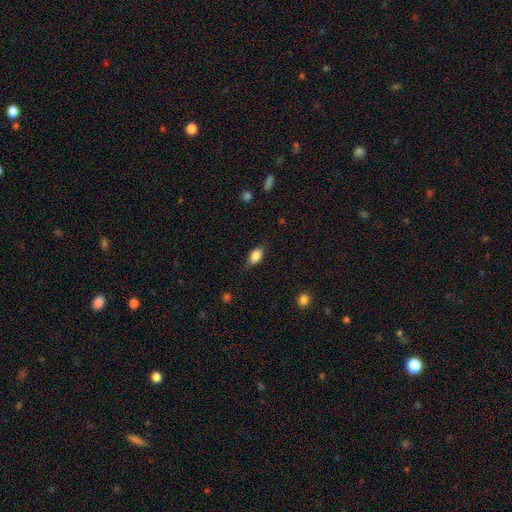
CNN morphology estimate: smooth 83%, featured or disk 9%, star or artifact 7%. Down the decision tree: how rounded — in between (87%); merging — none (76%).